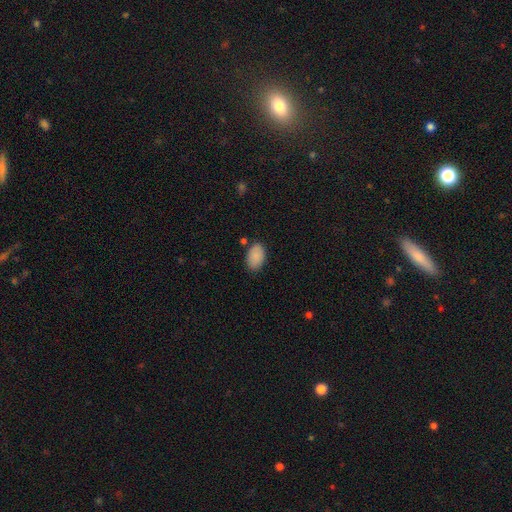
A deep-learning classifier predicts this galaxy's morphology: A smooth galaxy with no disk features (89%) that is in between round and cigar-shaped (91%). Merging: none (80%).